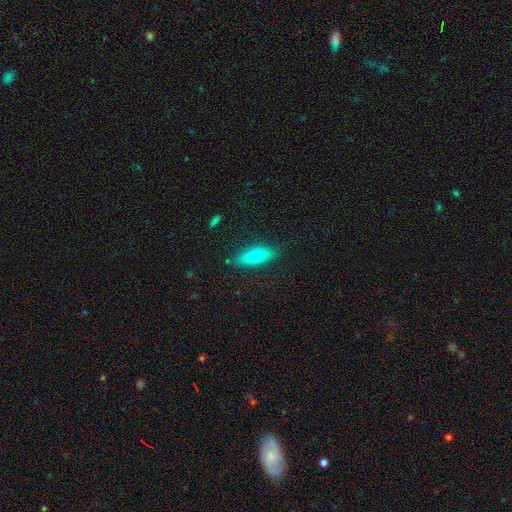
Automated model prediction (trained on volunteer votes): A smooth galaxy with no disk features (71%) that is in between round and cigar-shaped (49%, tied with cigar-shaped). Merging: none (83%).